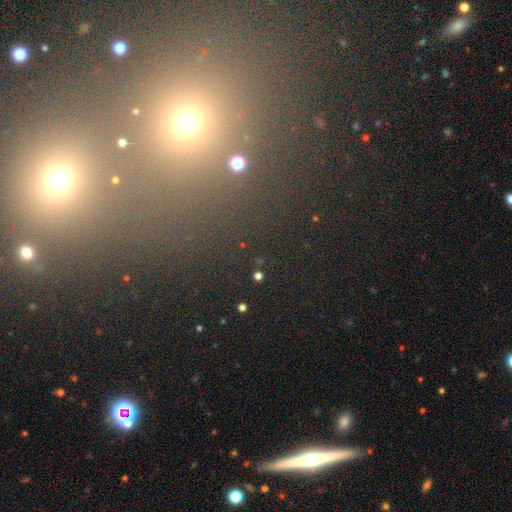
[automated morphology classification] Smooth or featured? star or artifact (54%)